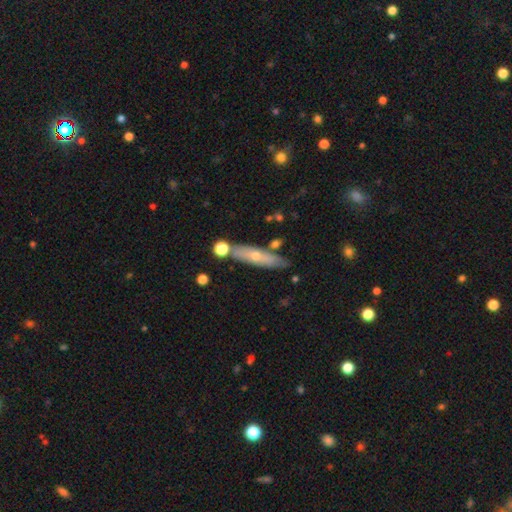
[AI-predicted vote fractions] Smooth or featured? Predicted: smooth (p=0.47). Merging? Predicted: none (p=0.76).